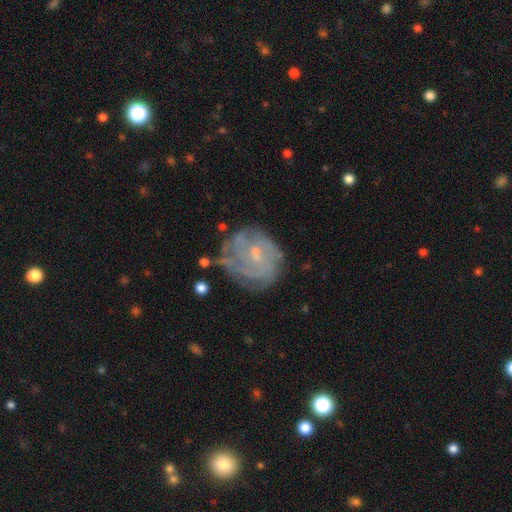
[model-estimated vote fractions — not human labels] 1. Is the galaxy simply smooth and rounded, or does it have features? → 73% featured or disk, 18% smooth, 8% star or artifact.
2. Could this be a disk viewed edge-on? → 97% no, 3% yes.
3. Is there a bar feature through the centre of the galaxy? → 53% no, 40% weak, 7% strong.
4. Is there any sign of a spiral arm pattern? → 79% yes, 21% no.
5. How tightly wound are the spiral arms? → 59% tight, 29% medium, 12% loose.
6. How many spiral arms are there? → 51% can't tell, 14% 3, 12% 4, 12% 2, 5% more than 4, 5% 1.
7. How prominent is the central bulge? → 75% small, 18% moderate, 5% none, 1% large, 1% dominant.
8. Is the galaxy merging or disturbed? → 60% none, 23% minor disturbance, 14% major disturbance, 3% merger.